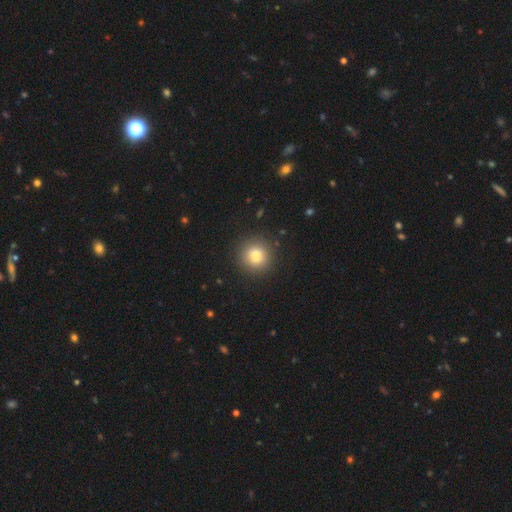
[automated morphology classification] smooth-or-featured: smooth: 81% | star or artifact: 11% | featured or disk: 7%
  how-rounded: round: 93% | in between: 6% | cigar-shaped: 1%
  merging: none: 90% | minor disturbance: 6% | major disturbance: 2% | merger: 1%